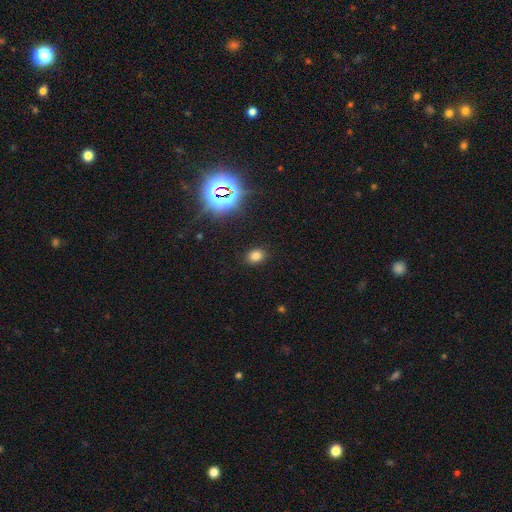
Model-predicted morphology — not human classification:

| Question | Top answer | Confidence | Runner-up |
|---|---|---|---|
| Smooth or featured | smooth | 75% | star or artifact (18%) |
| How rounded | in between | 59% | round (40%) |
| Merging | none | 88% | minor disturbance (8%) |